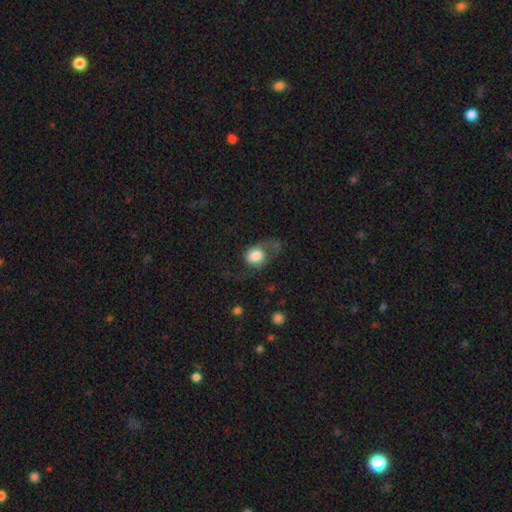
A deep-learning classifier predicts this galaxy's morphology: The model was most divided on "merging": major disturbance: 45%, none: 31%, minor disturbance: 21%, merger: 3%. More confident: smooth or featured — smooth (58%); how rounded — round (57%).